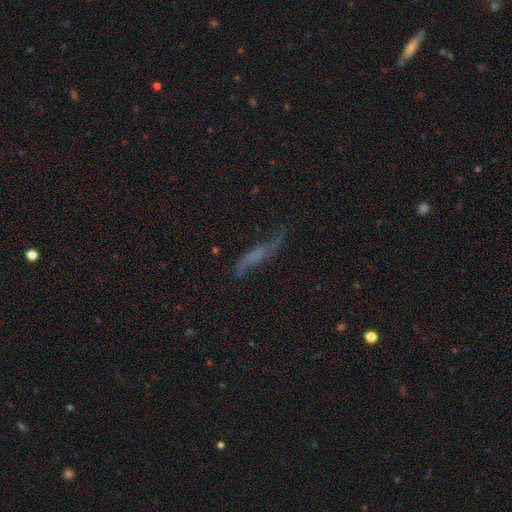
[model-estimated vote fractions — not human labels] Smooth or featured?
  - featured or disk: 52% *
  - smooth: 34%
  - star or artifact: 14%
Edge-on disk?
  - no: 57% *
  - yes: 43%
Merging?
  - none: 54% *
  - minor disturbance: 26%
  - major disturbance: 17%
  - merger: 3%